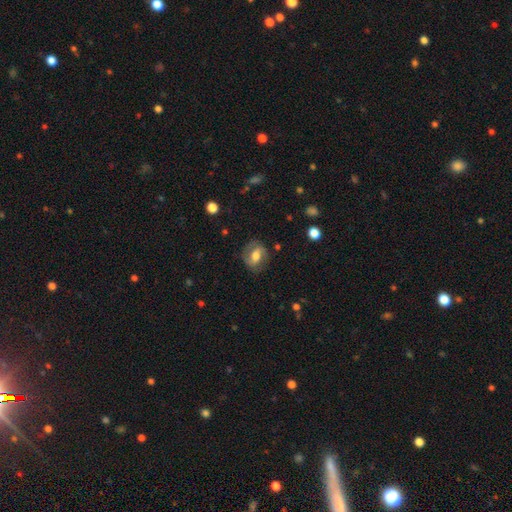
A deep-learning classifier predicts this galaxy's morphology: Smooth or featured: featured or disk — 57% (smooth — 35%)
Edge-on disk: no — 96% (yes — 4%)
Bar: weak — 43% (no — 29%)
Spiral arms: yes — 80% (no — 20%)
Bulge size: moderate — 62% (large — 18%)
Merging: none — 75% (minor disturbance — 16%)